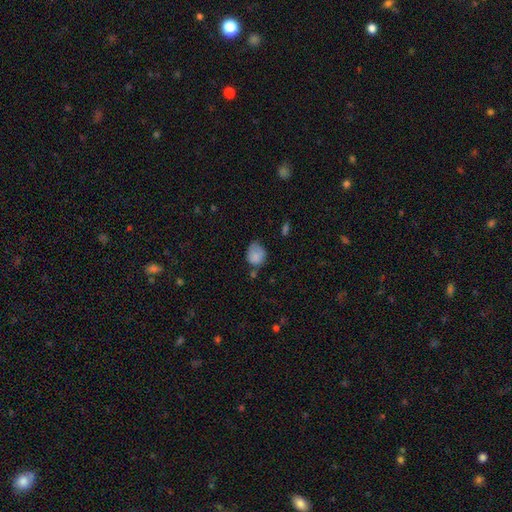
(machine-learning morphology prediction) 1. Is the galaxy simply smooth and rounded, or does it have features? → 82% smooth, 9% star or artifact, 9% featured or disk.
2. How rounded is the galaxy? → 63% round, 36% in between, 1% cigar-shaped.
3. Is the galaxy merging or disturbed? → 47% none, 36% minor disturbance, 11% major disturbance, 6% merger.